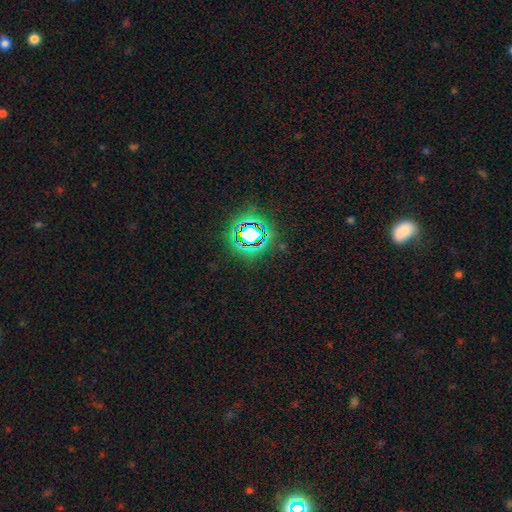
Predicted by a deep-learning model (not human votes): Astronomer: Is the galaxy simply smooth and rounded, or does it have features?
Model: star or artifact — 80%.